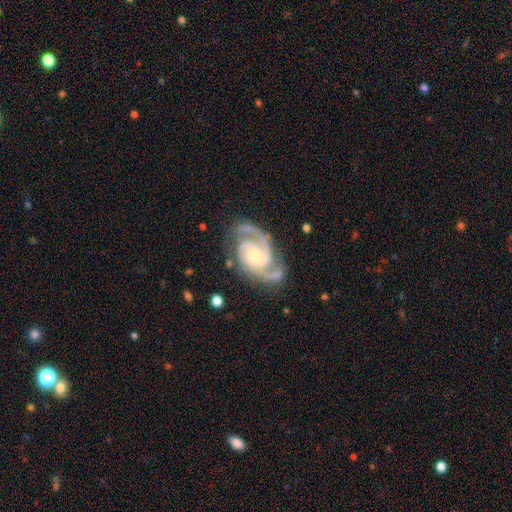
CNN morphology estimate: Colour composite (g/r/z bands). It shows a featured or disk galaxy (92%) with no bar (56%), 2 (74%) medium (48%) spiral arms (98%) and a small central bulge (64%). Merging: none (71%).